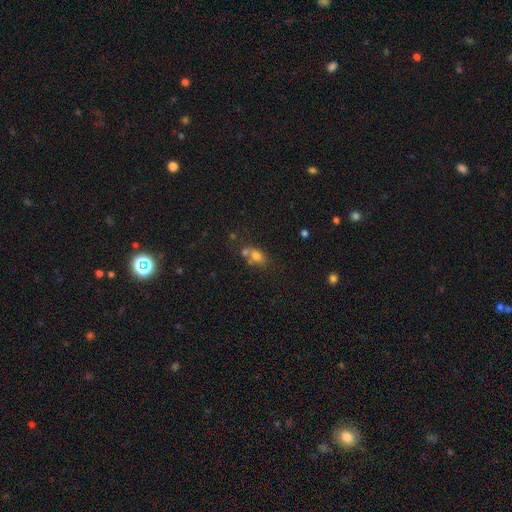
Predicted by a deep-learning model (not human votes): Smooth or featured? smooth (71%)
How rounded? in between (66%)
Merging? none (41%)